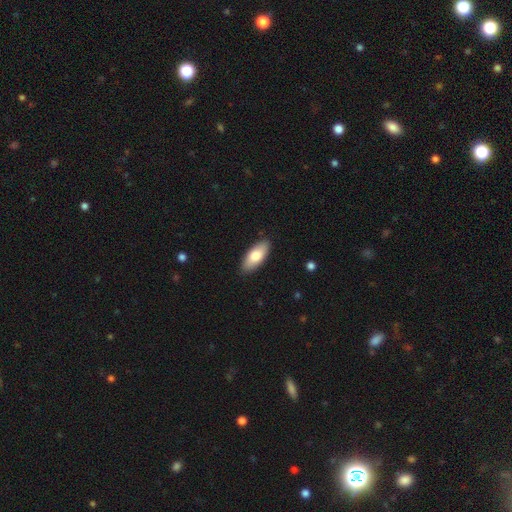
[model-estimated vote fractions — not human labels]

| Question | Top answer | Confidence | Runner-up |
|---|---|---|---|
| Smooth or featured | smooth | 78% | featured or disk (17%) |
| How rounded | in between | 85% | cigar-shaped (12%) |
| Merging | none | 89% | minor disturbance (8%) |